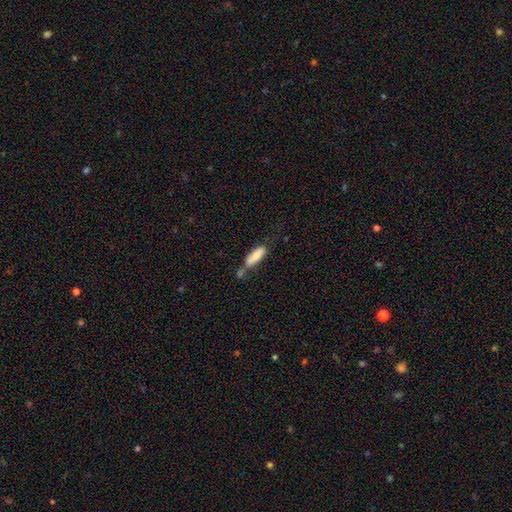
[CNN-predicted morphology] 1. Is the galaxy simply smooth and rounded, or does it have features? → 74% smooth, 19% featured or disk, 7% star or artifact.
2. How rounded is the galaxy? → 60% in between, 38% cigar-shaped, 2% round.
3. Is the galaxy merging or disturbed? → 34% none, 31% merger, 24% minor disturbance, 10% major disturbance.